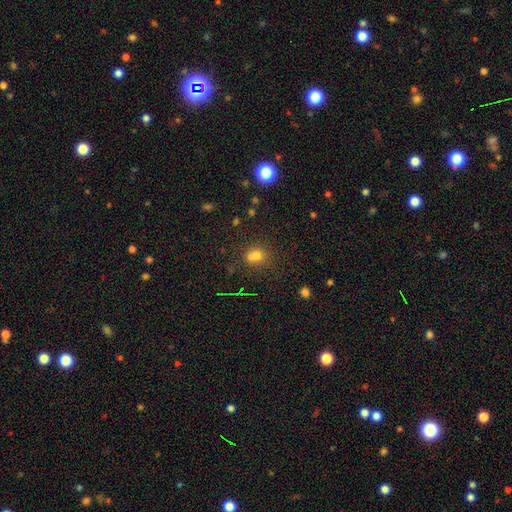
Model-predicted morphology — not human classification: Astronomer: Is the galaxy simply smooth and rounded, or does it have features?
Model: smooth — 68%.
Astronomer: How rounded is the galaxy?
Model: round — 77%.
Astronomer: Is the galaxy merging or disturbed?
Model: merger — 44% (runner-up: none, 43%).